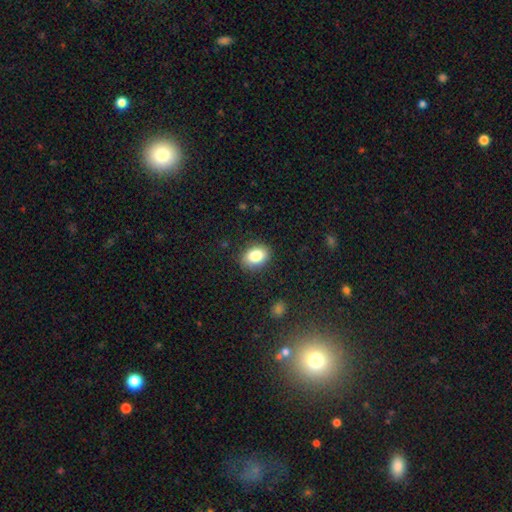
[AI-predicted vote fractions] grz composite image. It shows a smooth galaxy with no disk features (84%) that is in between round and cigar-shaped (75%). Merging: none (86%).